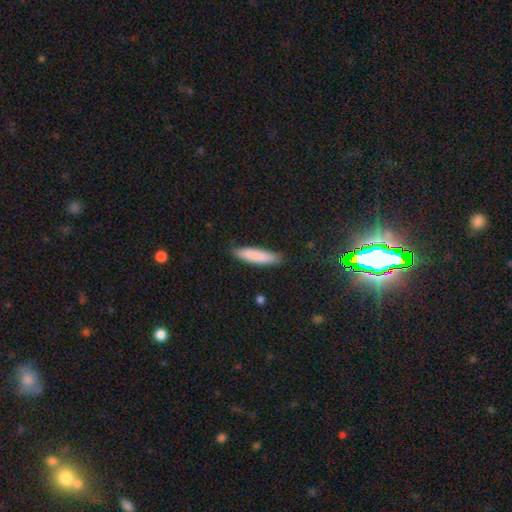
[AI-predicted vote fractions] Smooth or featured? smooth (85%)
How rounded? cigar-shaped (80%)
Merging? none (87%)